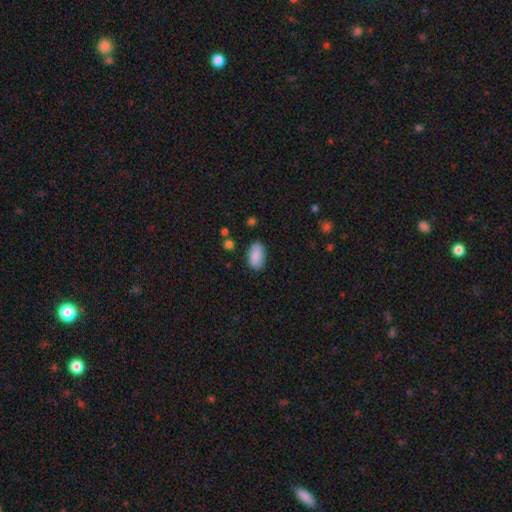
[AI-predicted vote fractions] This appears to be a smooth galaxy with no disk features (83%) that is in between round and cigar-shaped (93%). Merging: none (78%).